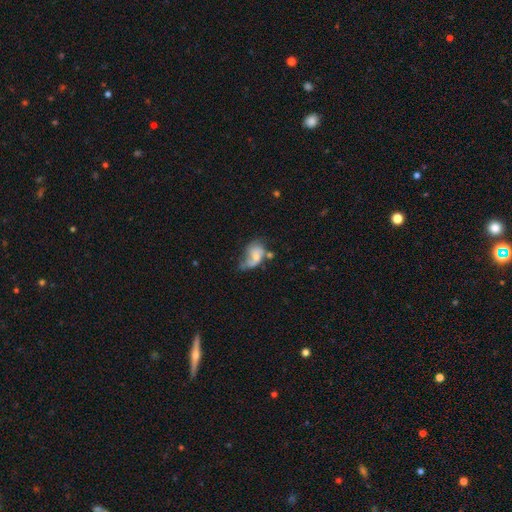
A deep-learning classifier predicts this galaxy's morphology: A featured or disk galaxy (50%).

Vote fractions:
- Smooth or featured? featured or disk: 50% / smooth: 42% / star or artifact: 9%
- Merging? major disturbance: 31% / minor disturbance: 28% / none: 26% / merger: 16%